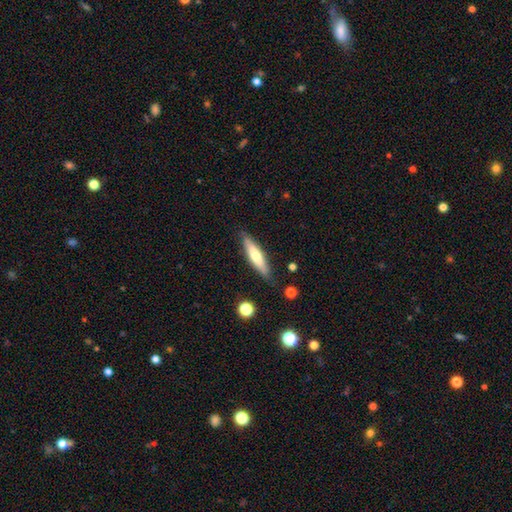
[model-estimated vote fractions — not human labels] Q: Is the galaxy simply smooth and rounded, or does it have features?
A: smooth — 57%.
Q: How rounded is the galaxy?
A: cigar-shaped — 76%.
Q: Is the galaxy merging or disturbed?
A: none — 84%.